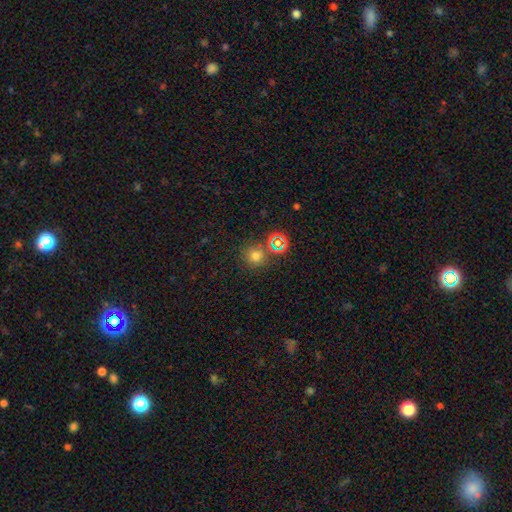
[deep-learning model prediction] Overall: smooth (68%). How rounded: round (90%). Merging: none (75%).